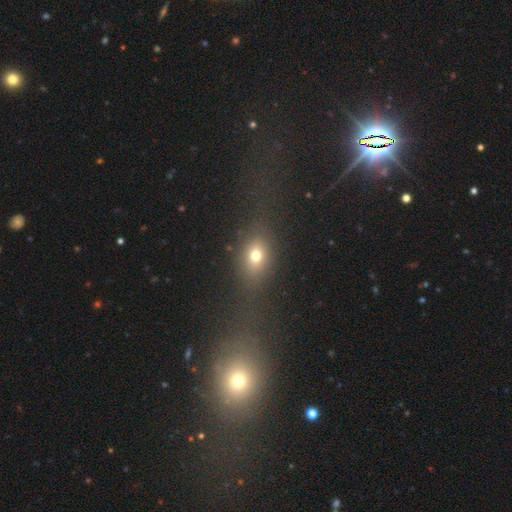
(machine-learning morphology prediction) A smooth galaxy with no disk features (70%) that is in between round and cigar-shaped (61%).

Vote fractions:
- Smooth or featured? smooth: 70% / star or artifact: 16% / featured or disk: 13%
- How rounded? in between: 61% / round: 33% / cigar-shaped: 6%
- Merging? none: 61% / merger: 14% / minor disturbance: 13% / major disturbance: 13%